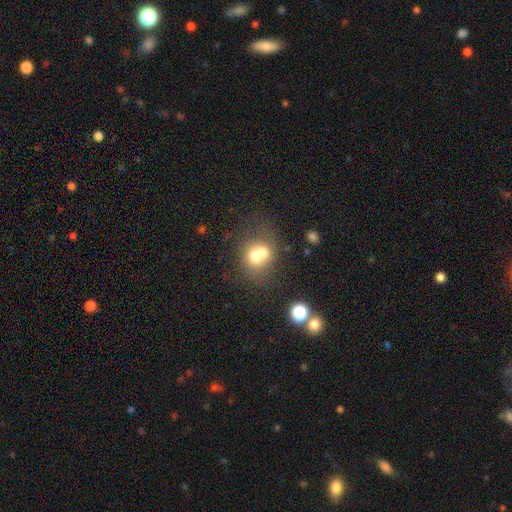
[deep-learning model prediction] Morphology: type=smooth (64%); roundness=round (71%); merging=merger (60%).